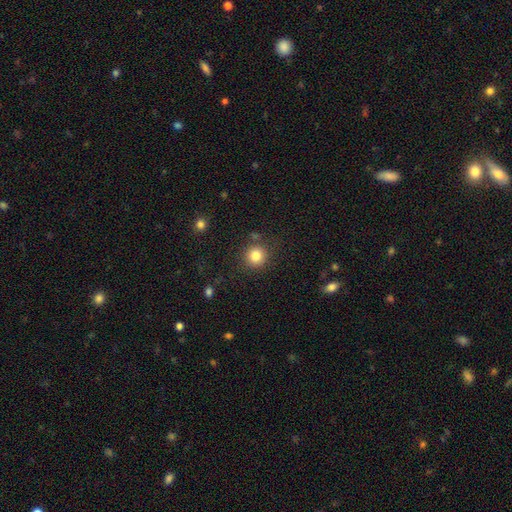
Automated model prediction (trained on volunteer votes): A smooth galaxy with no disk features (82%) that is round (93%).

Vote fractions:
- Smooth or featured? smooth: 82% / star or artifact: 11% / featured or disk: 6%
- How rounded? round: 93% / in between: 6% / cigar-shaped: 1%
- Merging? none: 85% / minor disturbance: 8% / merger: 4% / major disturbance: 3%